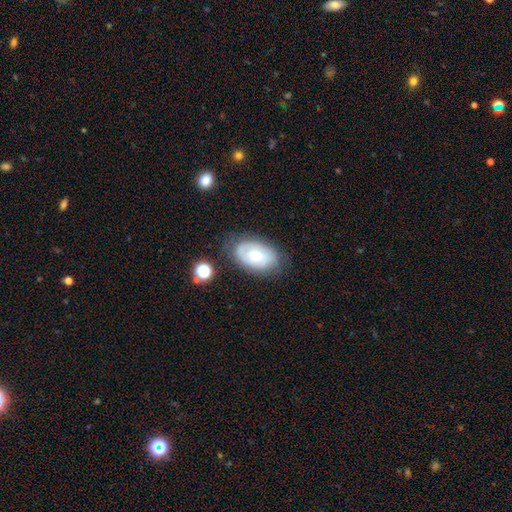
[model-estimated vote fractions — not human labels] Smooth or featured: smooth — 52% (featured or disk — 40%)
How rounded: in between — 90% (round — 9%)
Merging: none — 66% (minor disturbance — 23%)